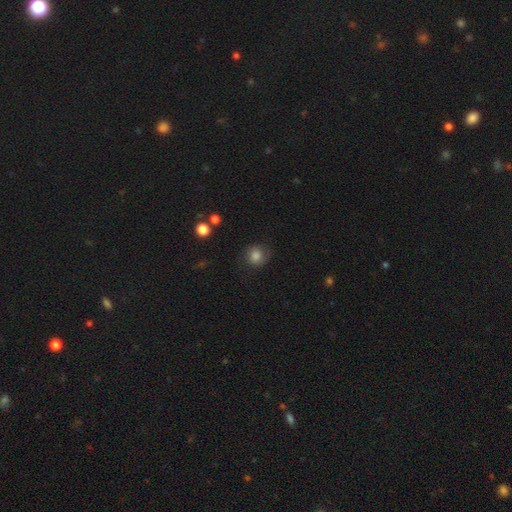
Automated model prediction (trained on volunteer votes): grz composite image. It shows a smooth galaxy with no disk features (79%) that is round (83%). Merging: none (75%).